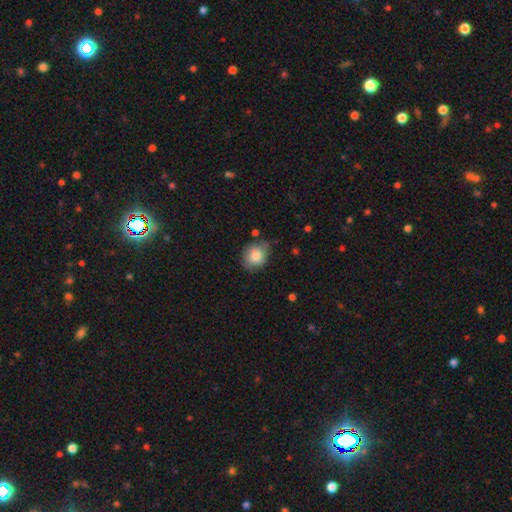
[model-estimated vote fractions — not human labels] This is clearly a smooth galaxy (82%). How rounded: possibly round (56%). Merging: likely none (64%).